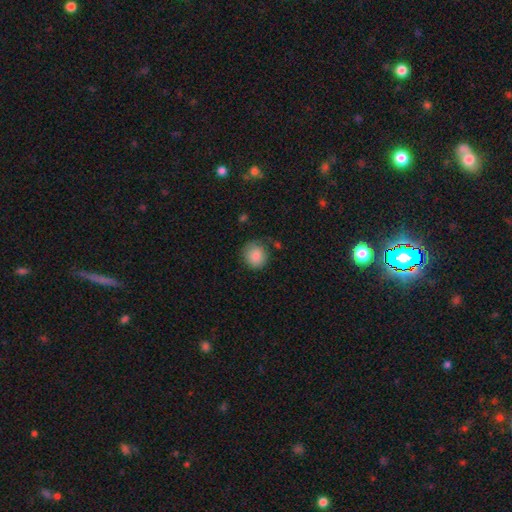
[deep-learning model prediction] A smooth galaxy with no disk features (86%) that is round (88%).

Vote fractions:
- Smooth or featured? smooth: 86% / star or artifact: 8% / featured or disk: 5%
- How rounded? round: 88% / in between: 11% / cigar-shaped: 1%
- Merging? none: 78% / minor disturbance: 16% / major disturbance: 4% / merger: 2%